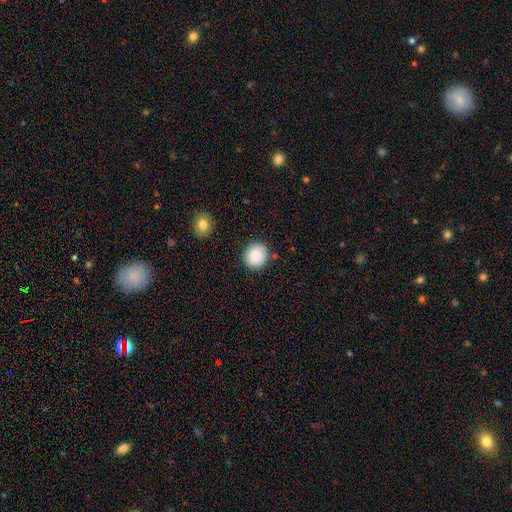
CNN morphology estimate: smooth-or-featured: smooth: 87% | star or artifact: 7% | featured or disk: 5%
  how-rounded: round: 76% | in between: 23% | cigar-shaped: 1%
  merging: none: 84% | minor disturbance: 11% | merger: 3% | major disturbance: 3%